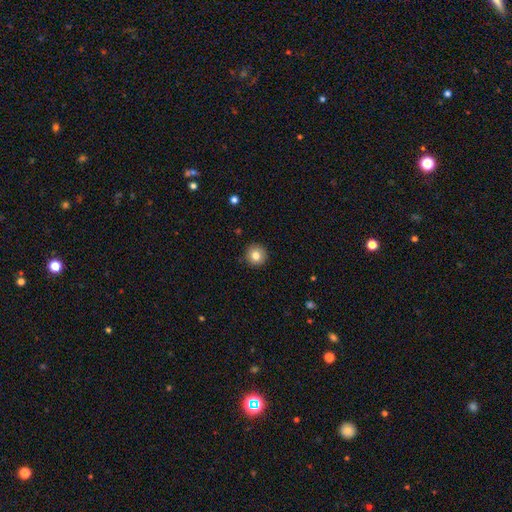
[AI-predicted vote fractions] A smooth galaxy with no disk features (82%) that is round (95%).

Vote fractions:
- Smooth or featured? smooth: 82% / star or artifact: 10% / featured or disk: 9%
- How rounded? round: 95% / in between: 4% / cigar-shaped: 1%
- Merging? none: 90% / minor disturbance: 7% / major disturbance: 2% / merger: 1%